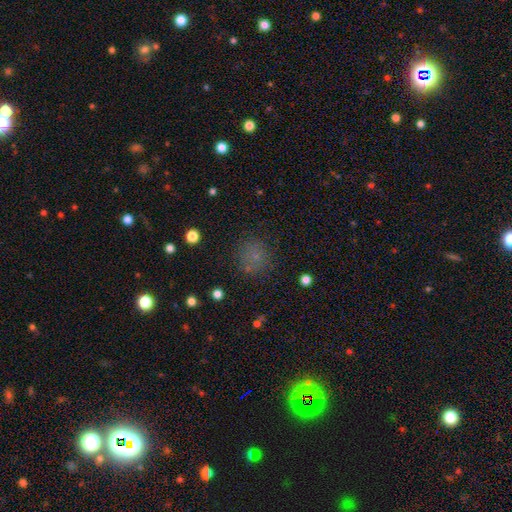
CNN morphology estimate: smooth 68%, star or artifact 24%, featured or disk 8%. Down the decision tree: how rounded — round (92%); merging — none (83%).